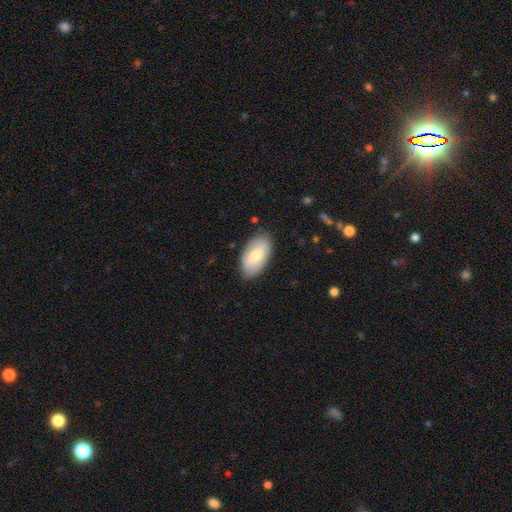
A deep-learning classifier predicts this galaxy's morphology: Q: Smooth or featured?
A: smooth (68%); runner-up: featured or disk (26%)
Q: How rounded?
A: in between (94%); runner-up: round (3%)
Q: Merging?
A: none (80%); runner-up: minor disturbance (15%)